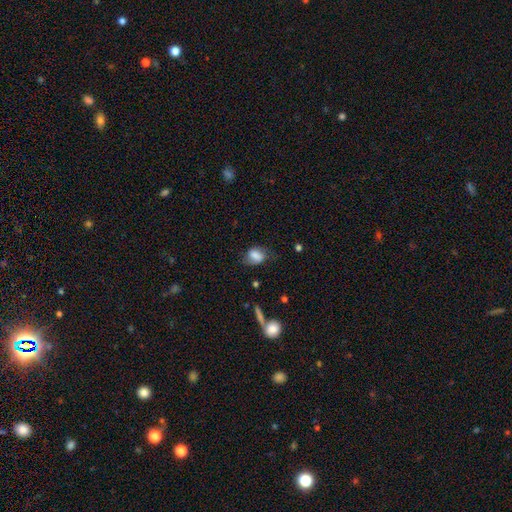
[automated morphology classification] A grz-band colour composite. It shows a smooth galaxy with no disk features (69%) that is in between round and cigar-shaped (69%). Merging: none (55%).